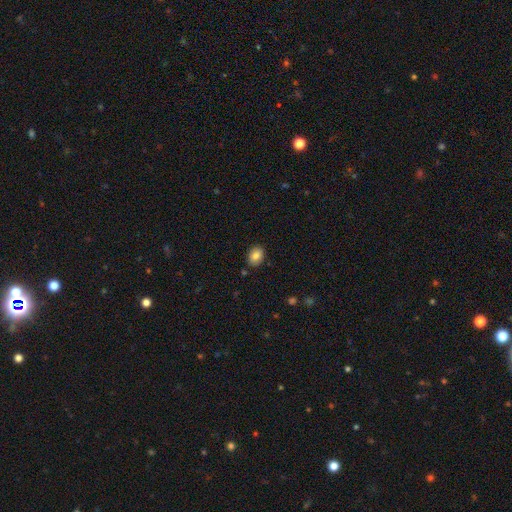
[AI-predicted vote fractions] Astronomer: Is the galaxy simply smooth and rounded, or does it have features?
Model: smooth — 84%.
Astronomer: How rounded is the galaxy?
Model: in between — 70%.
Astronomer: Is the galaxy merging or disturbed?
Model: none — 87%.